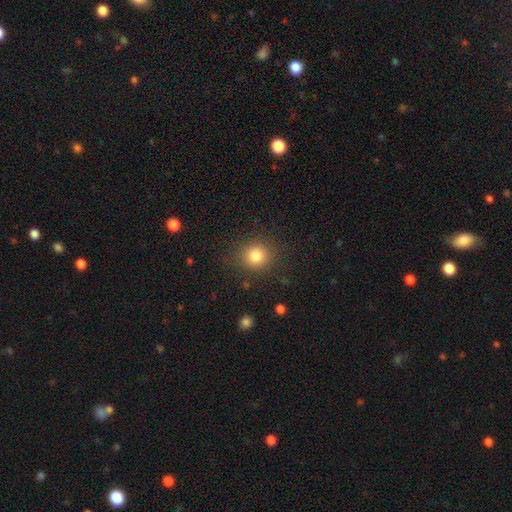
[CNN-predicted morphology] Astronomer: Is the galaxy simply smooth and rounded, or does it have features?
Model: smooth — 81%.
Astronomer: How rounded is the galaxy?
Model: round — 86%.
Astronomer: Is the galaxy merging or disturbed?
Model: none — 86%.